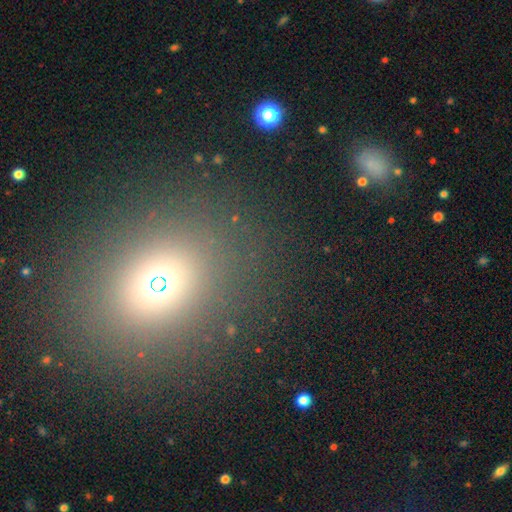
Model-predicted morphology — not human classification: smooth 59%, star or artifact 30%, featured or disk 10%. Down the decision tree: how rounded — round (55%); merging — none (84%).